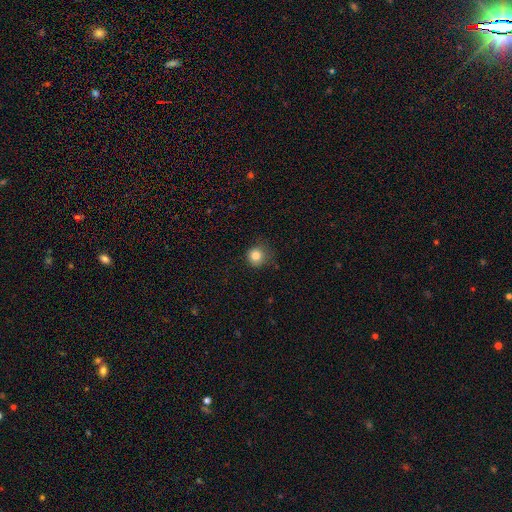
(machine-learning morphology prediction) Smooth or featured?
  - smooth: 81% *
  - star or artifact: 12%
  - featured or disk: 7%
How rounded?
  - round: 92% *
  - in between: 7%
  - cigar-shaped: 1%
Merging?
  - none: 76% *
  - minor disturbance: 18%
  - major disturbance: 4%
  - merger: 1%